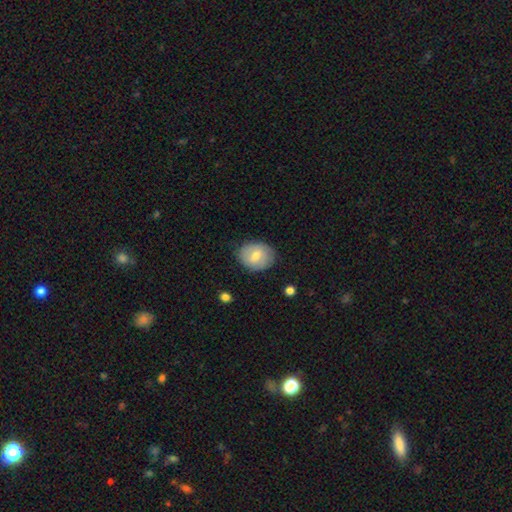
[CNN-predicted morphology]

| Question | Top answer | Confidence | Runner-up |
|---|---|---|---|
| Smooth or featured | smooth | 61% | featured or disk (32%) |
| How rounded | round | 50% | in between (49%) |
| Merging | none | 79% | minor disturbance (16%) |